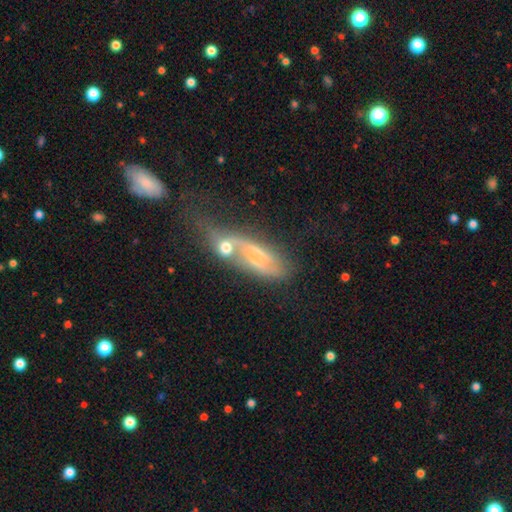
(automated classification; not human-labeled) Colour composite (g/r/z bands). It shows a featured or disk galaxy (58%). Merging: merger (53%).